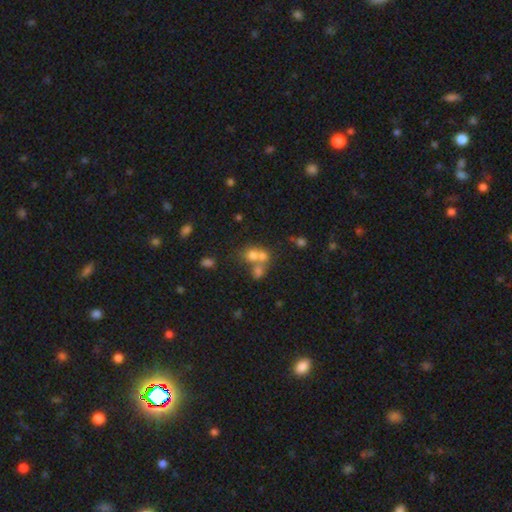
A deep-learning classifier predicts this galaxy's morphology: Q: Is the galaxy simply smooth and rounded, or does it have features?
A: smooth — 62%.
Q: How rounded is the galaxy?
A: round — 71%.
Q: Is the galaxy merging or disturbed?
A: merger — 58%.